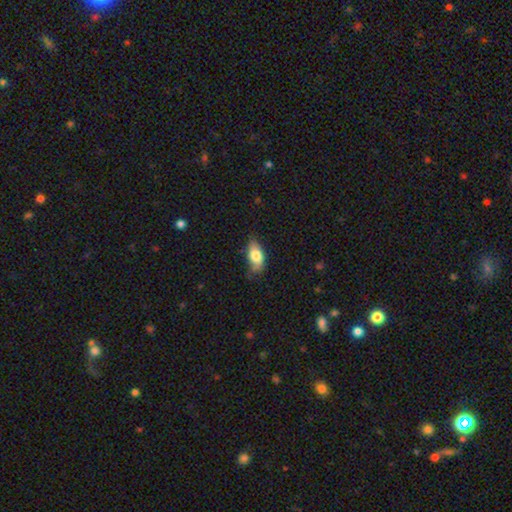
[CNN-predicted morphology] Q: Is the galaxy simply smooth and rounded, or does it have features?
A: smooth — 79%.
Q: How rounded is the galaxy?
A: in between — 90%.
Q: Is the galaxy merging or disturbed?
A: none — 63%.